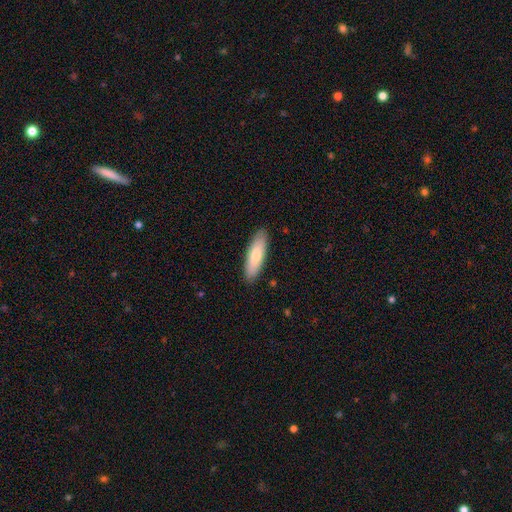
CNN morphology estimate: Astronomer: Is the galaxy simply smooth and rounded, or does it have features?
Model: smooth — 77%.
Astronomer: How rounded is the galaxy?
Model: cigar-shaped — 52% (runner-up: in between, 46%).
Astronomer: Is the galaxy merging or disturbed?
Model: none — 89%.